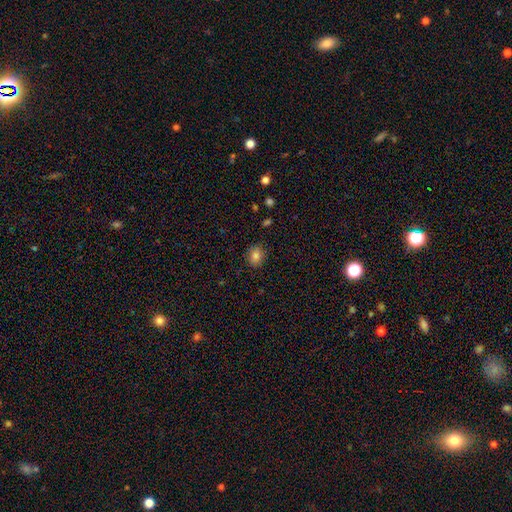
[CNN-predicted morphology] smooth_or_featured: smooth (p=0.82) [alt: star or artifact p=0.11]
how_rounded: round (p=0.51) [alt: in between p=0.48]
merging: none (p=0.87) [alt: minor disturbance p=0.09]